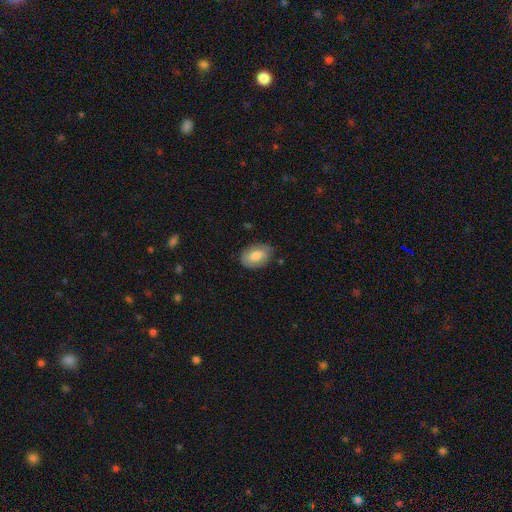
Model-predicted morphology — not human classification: Smooth or featured: smooth — 71% (featured or disk — 22%)
How rounded: in between — 89% (round — 10%)
Merging: none — 80% (minor disturbance — 16%)